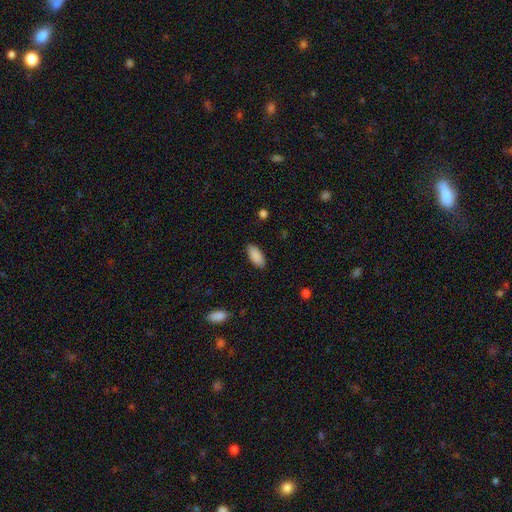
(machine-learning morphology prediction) A smooth galaxy with no disk features (90%) that is in between round and cigar-shaped (87%).

Vote fractions:
- Smooth or featured? smooth: 90% / star or artifact: 7% / featured or disk: 4%
- How rounded? in between: 87% / cigar-shaped: 11% / round: 2%
- Merging? none: 88% / minor disturbance: 9% / major disturbance: 2% / merger: 1%